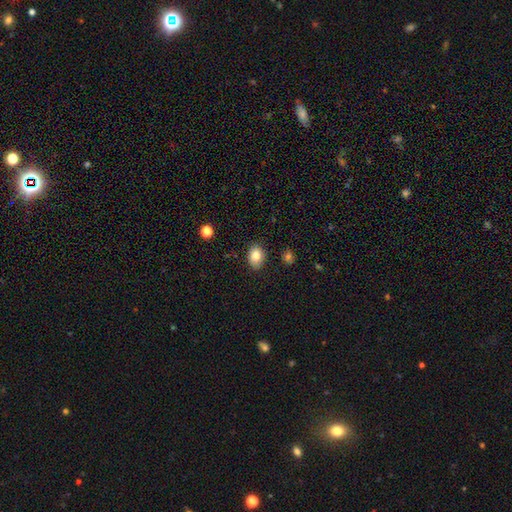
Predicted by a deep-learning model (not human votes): Q: Smooth or featured?
A: smooth (83%); runner-up: star or artifact (9%)
Q: How rounded?
A: in between (72%); runner-up: round (27%)
Q: Merging?
A: none (85%); runner-up: minor disturbance (11%)